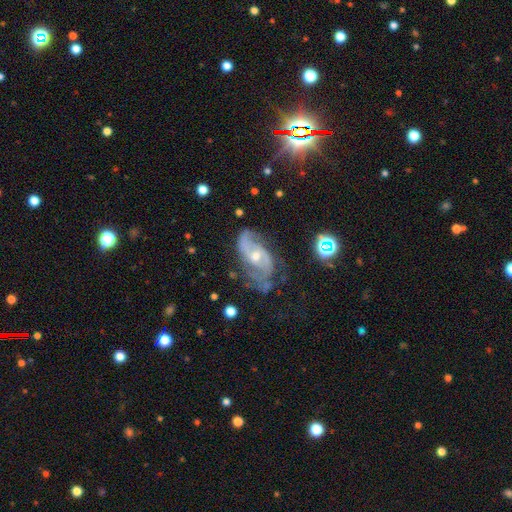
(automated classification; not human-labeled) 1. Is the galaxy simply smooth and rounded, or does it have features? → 84% featured or disk, 8% star or artifact, 8% smooth.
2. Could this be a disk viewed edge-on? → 95% no, 5% yes.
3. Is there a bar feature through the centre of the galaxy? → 48% no, 40% weak, 12% strong.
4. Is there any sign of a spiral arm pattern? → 95% yes, 5% no.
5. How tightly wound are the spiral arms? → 47% medium, 30% tight, 23% loose.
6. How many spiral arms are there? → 69% 2, 15% can't tell, 8% 3, 4% 1, 2% 4, 2% more than 4.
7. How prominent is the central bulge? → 53% moderate, 43% small, 2% large, 1% none, 1% dominant.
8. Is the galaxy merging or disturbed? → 58% none, 25% minor disturbance, 14% major disturbance, 3% merger.